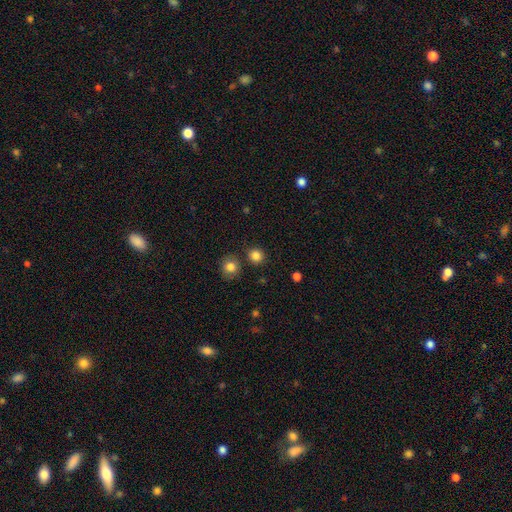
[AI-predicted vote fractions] Smooth or featured? Predicted: smooth (p=0.84). How rounded? Predicted: round (p=0.91). Merging? Predicted: none (p=0.85).